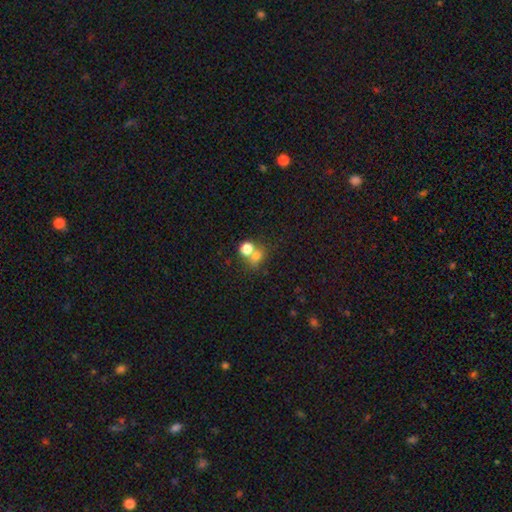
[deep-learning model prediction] This is likely a smooth galaxy (71%). How rounded: likely round (70%). Merging: possibly merger (48%).